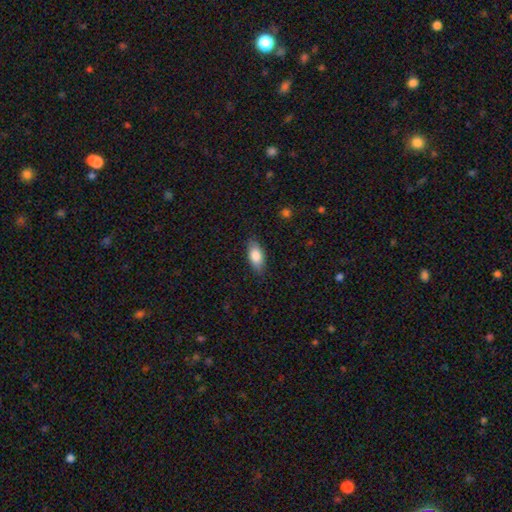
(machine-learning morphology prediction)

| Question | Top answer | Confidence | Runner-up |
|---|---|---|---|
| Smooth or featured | smooth | 83% | featured or disk (11%) |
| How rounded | in between | 88% | cigar-shaped (9%) |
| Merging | none | 85% | minor disturbance (12%) |